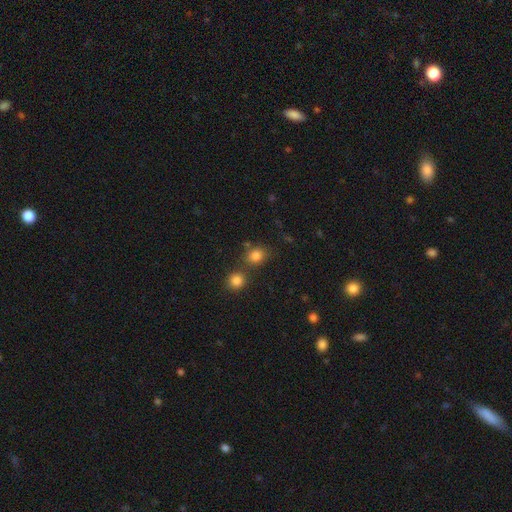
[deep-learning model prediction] Morphology: type=smooth (82%); roundness=round (69%); merging=none (66%).